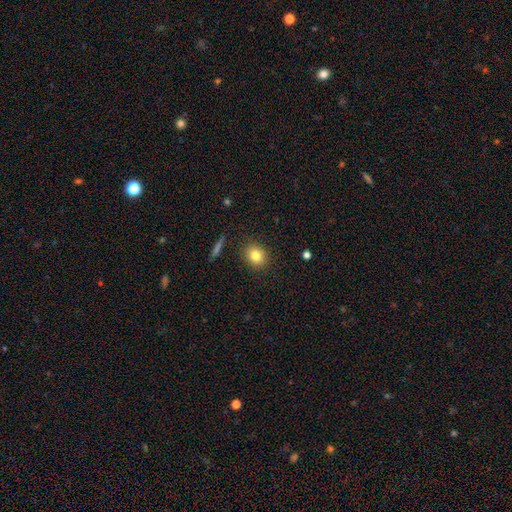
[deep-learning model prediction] Q: Smooth or featured?
A: smooth (80%); runner-up: star or artifact (11%)
Q: How rounded?
A: round (68%); runner-up: in between (31%)
Q: Merging?
A: none (88%); runner-up: minor disturbance (8%)